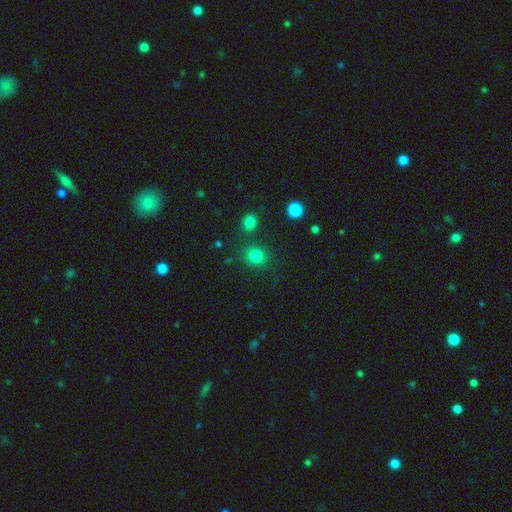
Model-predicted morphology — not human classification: type=smooth (81%); roundness=round (76%); merging=none (80%).